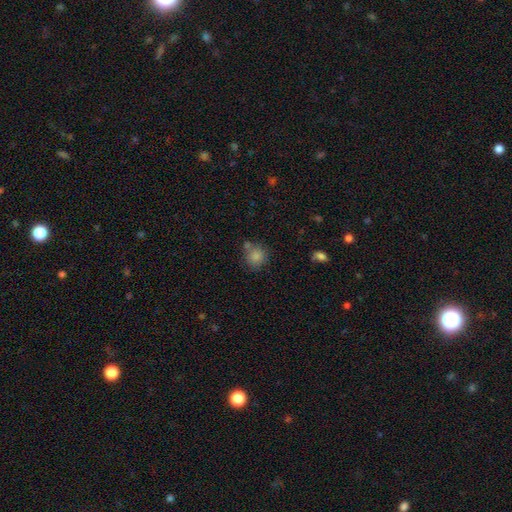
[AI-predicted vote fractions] Overall: smooth (84%). How rounded: round (82%). Merging: none (65%).